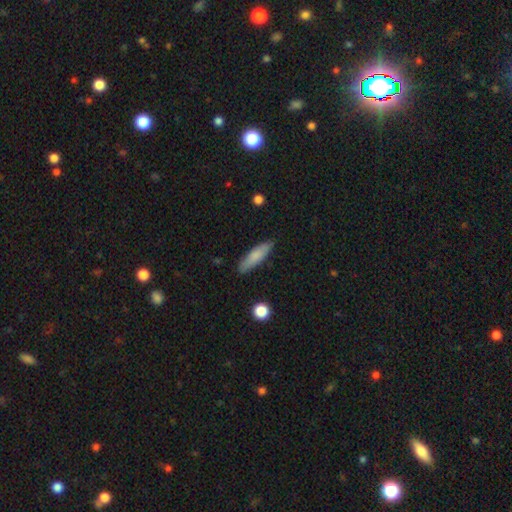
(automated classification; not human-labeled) Q: Smooth or featured?
A: smooth (79%); runner-up: featured or disk (15%)
Q: How rounded?
A: cigar-shaped (65%); runner-up: in between (33%)
Q: Merging?
A: none (86%); runner-up: minor disturbance (11%)